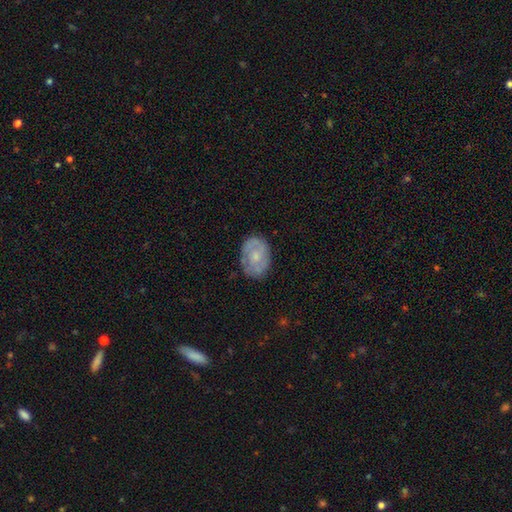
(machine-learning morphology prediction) Q: Smooth or featured?
A: featured or disk (48%); runner-up: smooth (45%)
Q: Merging?
A: none (75%); runner-up: minor disturbance (19%)